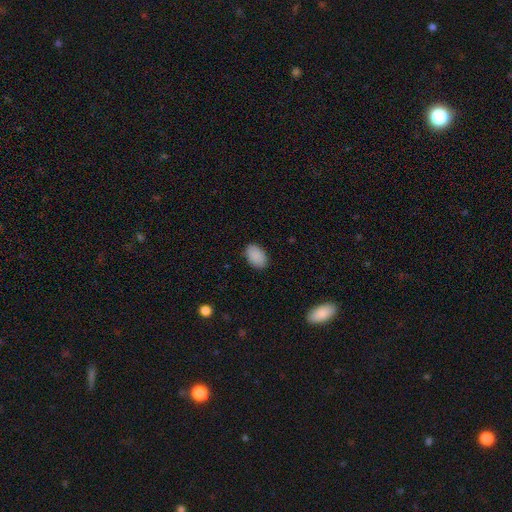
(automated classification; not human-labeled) The model was most divided on "merging": none: 87%, minor disturbance: 10%, major disturbance: 2%, merger: 1%. More confident: smooth or featured — smooth (90%); how rounded — in between (89%).